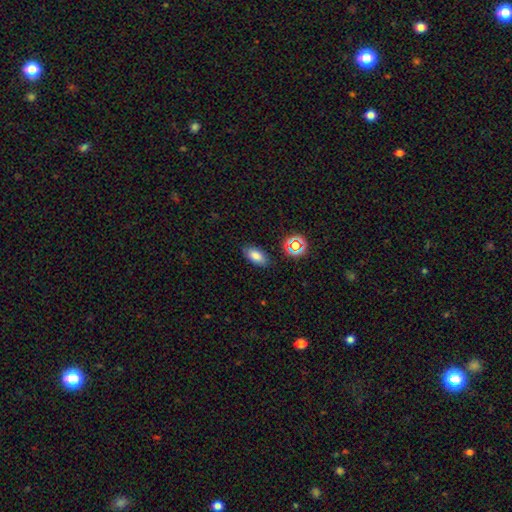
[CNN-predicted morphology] The model was most divided on "smooth or featured": smooth: 79%, star or artifact: 12%, featured or disk: 9%. More confident: how rounded — in between (90%); merging — none (84%).